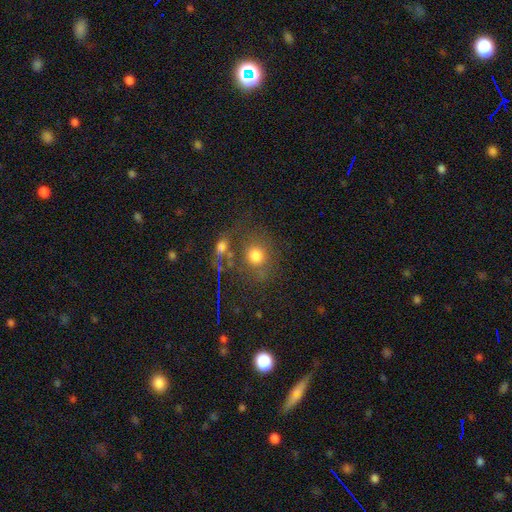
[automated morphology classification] A smooth galaxy with no disk features (71%) that is round (78%). Merging: none (65%).